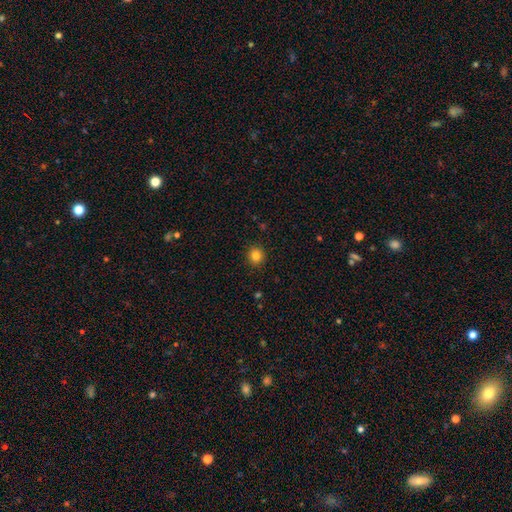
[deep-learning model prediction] Smooth or featured?
  - smooth: 84% *
  - star or artifact: 11%
  - featured or disk: 5%
How rounded?
  - round: 84% *
  - in between: 15%
  - cigar-shaped: 1%
Merging?
  - none: 91% *
  - minor disturbance: 6%
  - major disturbance: 2%
  - merger: 1%